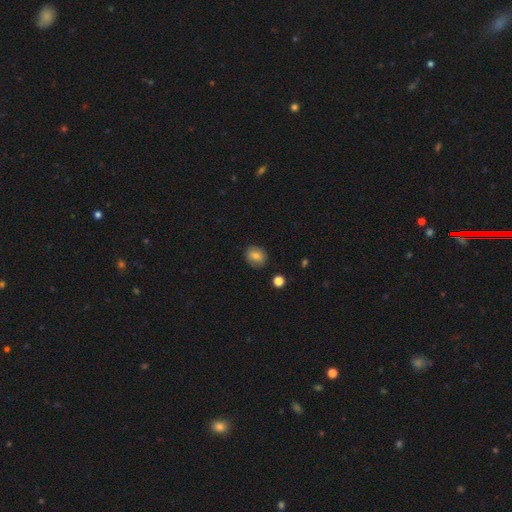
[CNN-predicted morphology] smooth 75%, featured or disk 16%, star or artifact 9%. Down the decision tree: how rounded — round (62%); merging — none (85%).